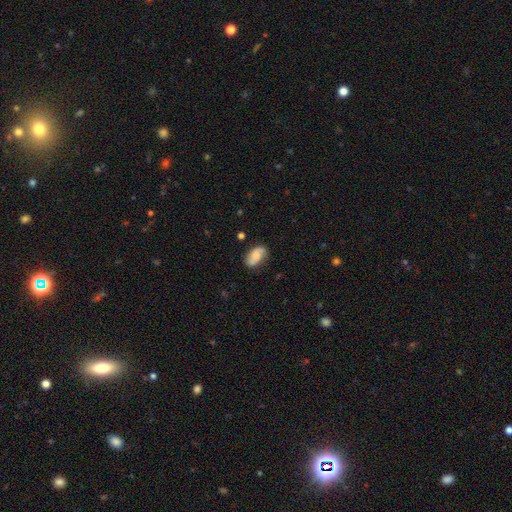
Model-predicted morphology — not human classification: A smooth galaxy with no disk features (53%) that is in between round and cigar-shaped (90%). Merging: none (73%).